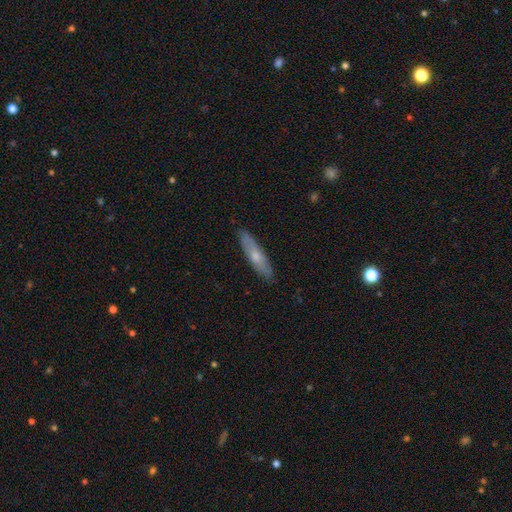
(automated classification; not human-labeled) Q: Smooth or featured?
A: smooth (57%); runner-up: featured or disk (38%)
Q: How rounded?
A: cigar-shaped (77%); runner-up: in between (21%)
Q: Merging?
A: none (86%); runner-up: minor disturbance (11%)